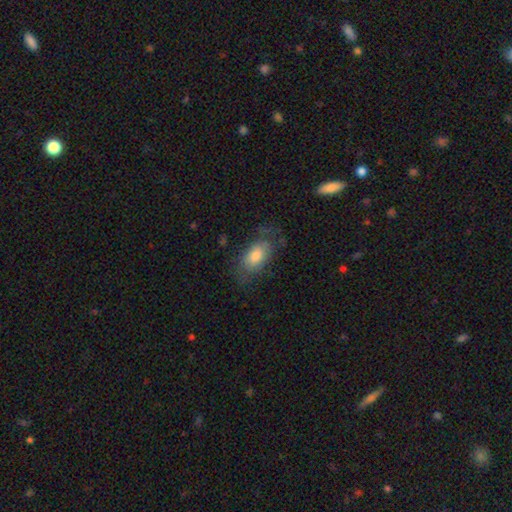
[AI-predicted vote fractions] Smooth or featured?
  - smooth: 67% *
  - featured or disk: 25%
  - star or artifact: 7%
How rounded?
  - in between: 89% *
  - round: 6%
  - cigar-shaped: 4%
Merging?
  - none: 60% *
  - minor disturbance: 24%
  - major disturbance: 15%
  - merger: 2%